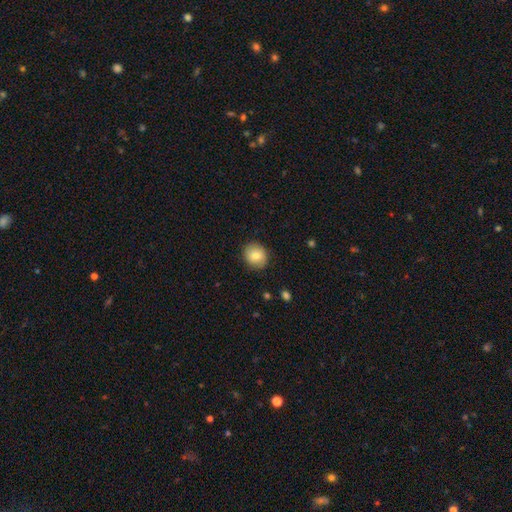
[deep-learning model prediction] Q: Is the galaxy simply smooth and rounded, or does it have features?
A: smooth — 81%.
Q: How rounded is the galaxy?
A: round — 75%.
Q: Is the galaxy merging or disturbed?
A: none — 87%.